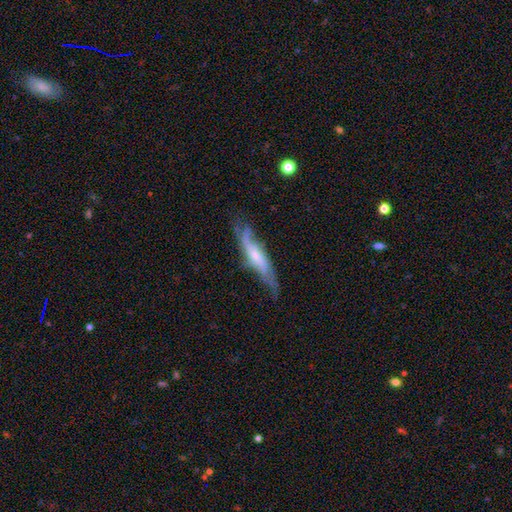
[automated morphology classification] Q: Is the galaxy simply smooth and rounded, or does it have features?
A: featured or disk — 67%.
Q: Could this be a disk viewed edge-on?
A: no — 54%.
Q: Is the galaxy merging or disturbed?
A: none — 56%.